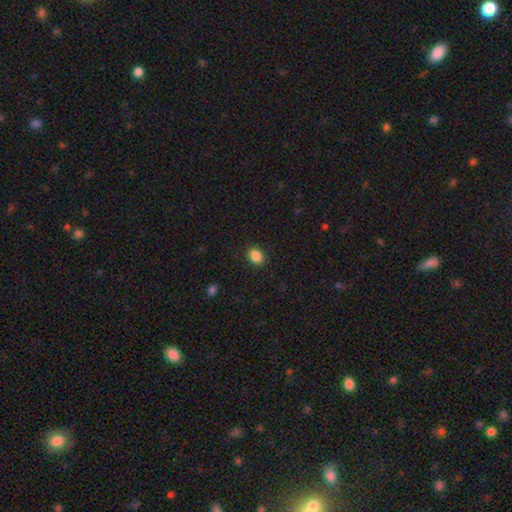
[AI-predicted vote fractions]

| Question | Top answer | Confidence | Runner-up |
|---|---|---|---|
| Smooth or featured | smooth | 87% | star or artifact (9%) |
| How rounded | in between | 57% | round (42%) |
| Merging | none | 89% | minor disturbance (7%) |